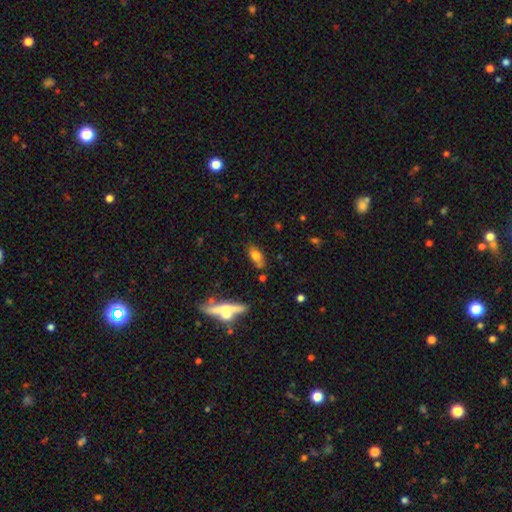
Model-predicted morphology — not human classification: This is likely a smooth galaxy (70%). How rounded: likely in between (76%). Merging: likely none (73%).